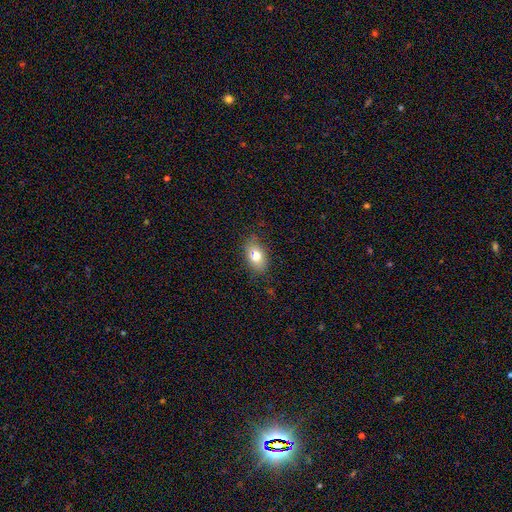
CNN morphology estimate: Smooth or featured?
  - smooth: 76% *
  - featured or disk: 15%
  - star or artifact: 9%
How rounded?
  - in between: 85% *
  - round: 13%
  - cigar-shaped: 3%
Merging?
  - none: 82% *
  - minor disturbance: 14%
  - major disturbance: 3%
  - merger: 1%